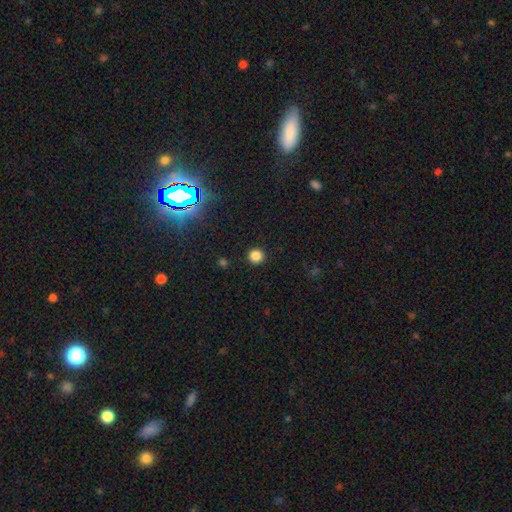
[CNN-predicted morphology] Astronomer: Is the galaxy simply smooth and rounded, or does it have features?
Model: smooth — 84%.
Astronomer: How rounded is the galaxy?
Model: round — 95%.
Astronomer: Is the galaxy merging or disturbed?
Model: none — 93%.